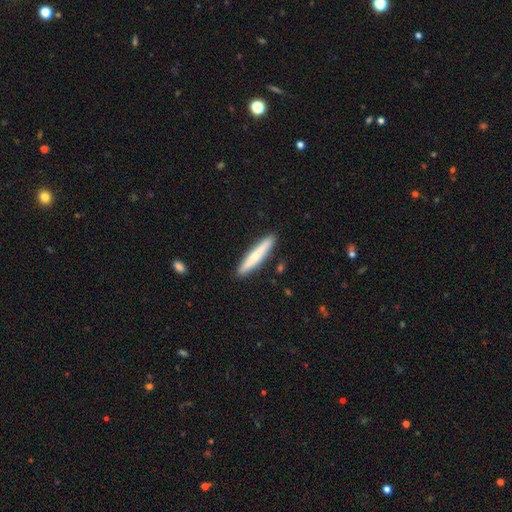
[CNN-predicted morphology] This appears to be a smooth galaxy with no disk features (66%) that is cigar-shaped (93%). Merging: none (90%).